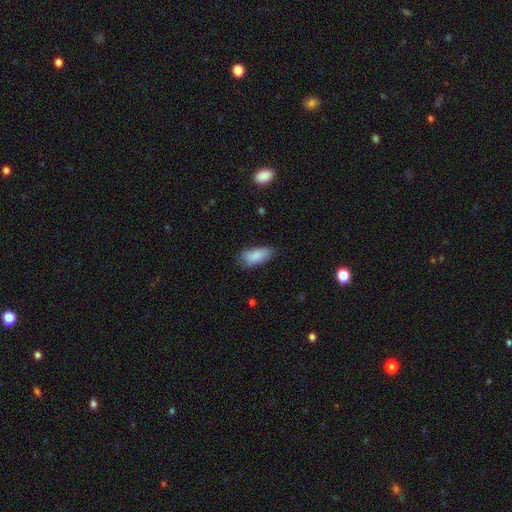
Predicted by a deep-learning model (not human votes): The model was most divided on "merging": none: 64%, minor disturbance: 28%, major disturbance: 6%, merger: 2%. More confident: how rounded — in between (88%); smooth or featured — smooth (87%).